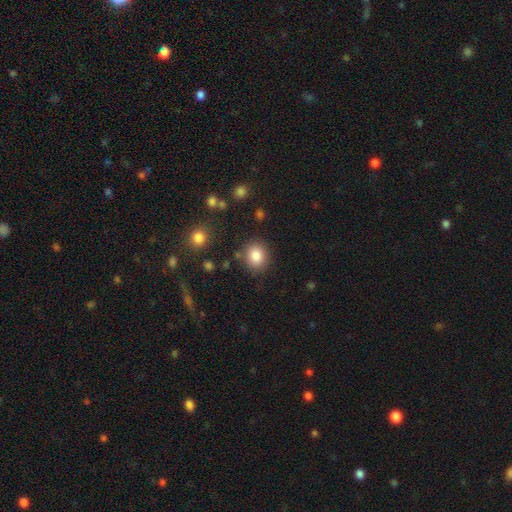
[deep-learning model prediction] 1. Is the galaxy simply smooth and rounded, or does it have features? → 84% smooth, 10% star or artifact, 7% featured or disk.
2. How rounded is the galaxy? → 71% round, 28% in between, 1% cigar-shaped.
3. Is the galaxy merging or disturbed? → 83% none, 10% minor disturbance, 4% merger, 3% major disturbance.